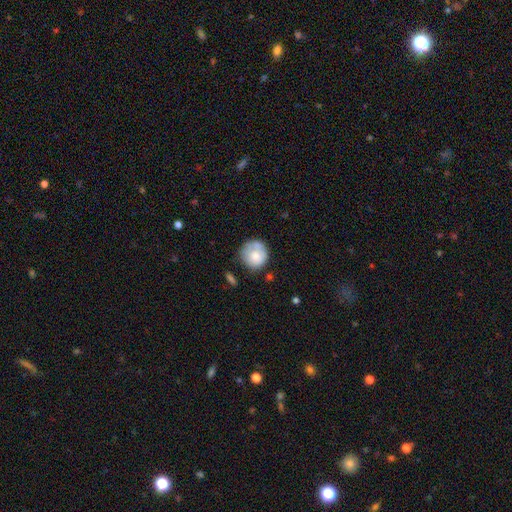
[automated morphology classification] Smooth or featured? smooth (72%)
How rounded? round (89%)
Merging? none (59%)